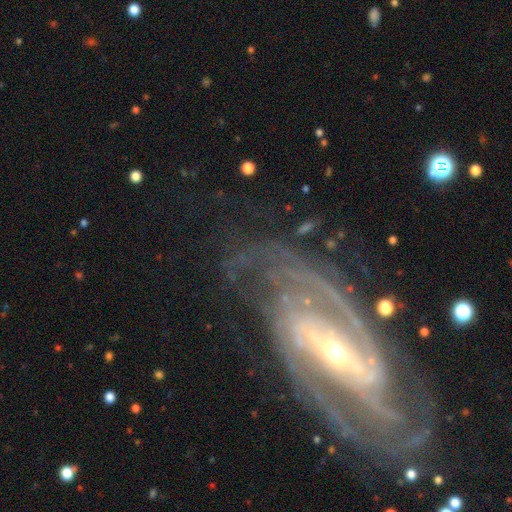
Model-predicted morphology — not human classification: Smooth or featured? featured or disk (90%)
Edge-on disk? no (95%)
Bar? strong (53%)
Spiral arms? yes (97%)
Spiral winding? tight (46%)
Spiral arm count? 2 (57%)
Bulge size? small (67%)
Merging? none (69%)